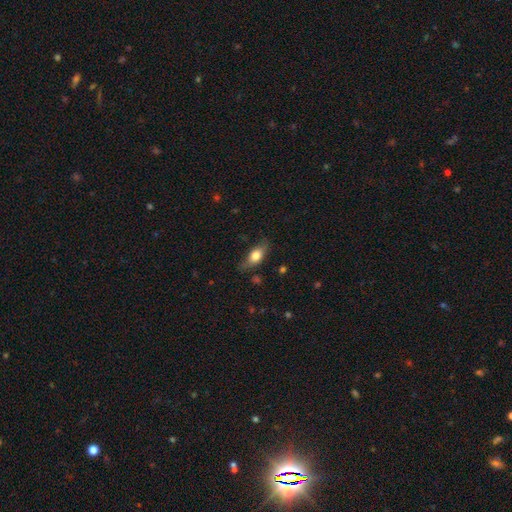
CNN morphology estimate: A smooth galaxy with no disk features (68%) that is in between round and cigar-shaped (76%). Merging: none (69%).